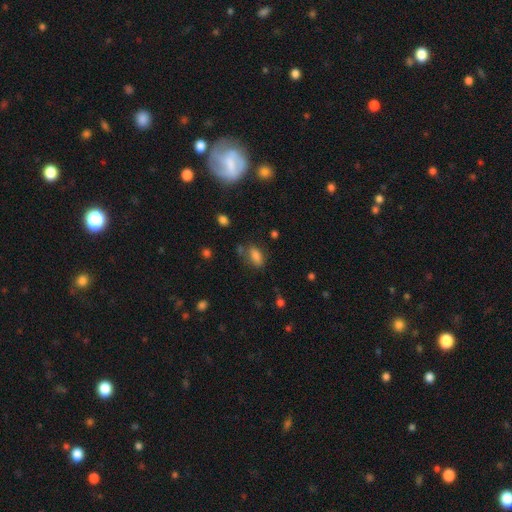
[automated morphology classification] smooth_or_featured: smooth (p=0.80) [alt: star or artifact p=0.11]
how_rounded: in between (p=0.84) [alt: cigar-shaped p=0.10]
merging: none (p=0.69) [alt: minor disturbance p=0.17]